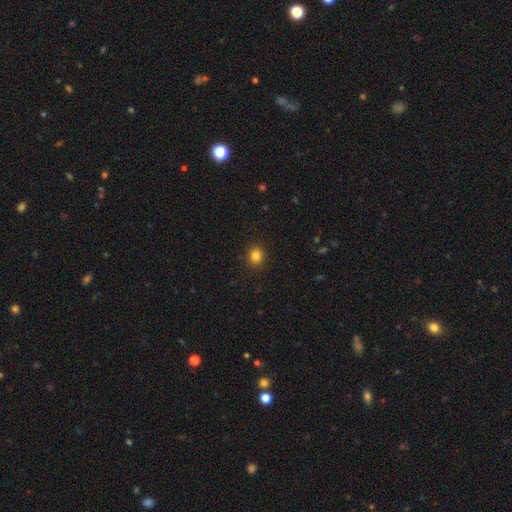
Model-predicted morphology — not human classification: Smooth or featured? smooth (83%)
How rounded? round (76%)
Merging? none (91%)